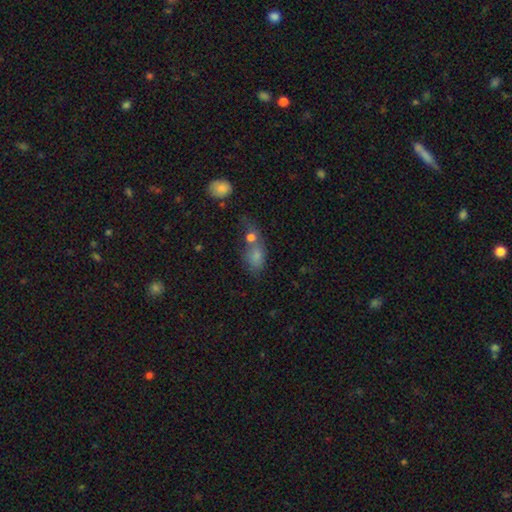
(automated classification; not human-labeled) This is likely a smooth galaxy (71%). How rounded: likely in between (78%). Merging: possibly merger (45%).